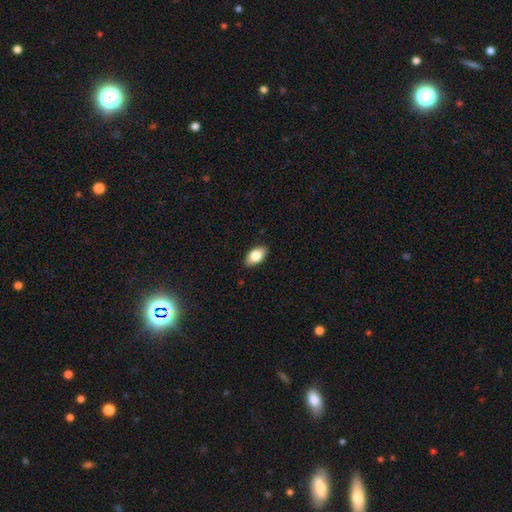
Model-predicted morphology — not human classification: This is clearly a smooth galaxy (80%). How rounded: clearly in between (92%). Merging: clearly none (88%).